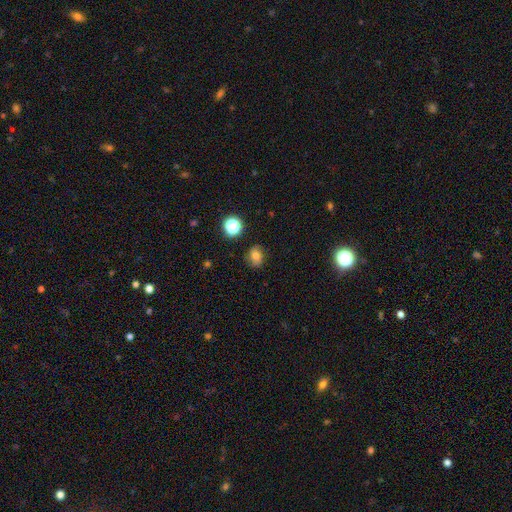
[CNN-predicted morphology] Smooth or featured? Predicted: smooth (p=0.70). How rounded? Predicted: round (p=0.54). Merging? Predicted: none (p=0.80).